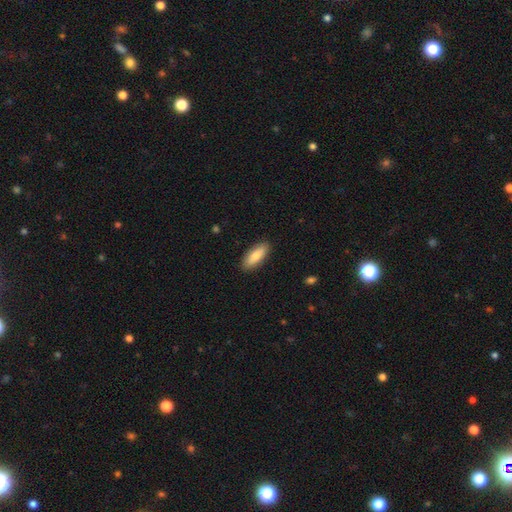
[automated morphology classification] Overall: smooth (82%). How rounded: in between (73%). Merging: none (89%).